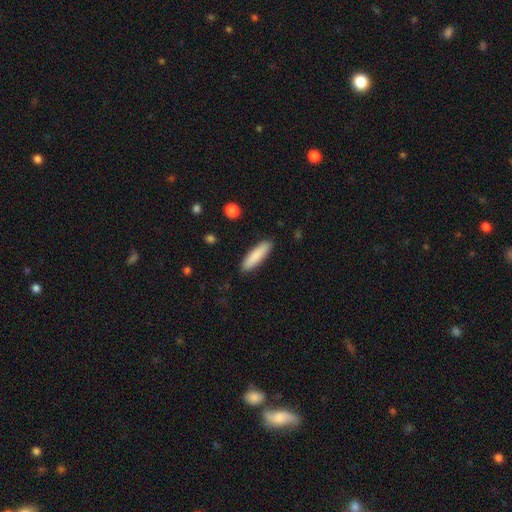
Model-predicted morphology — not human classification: The model was most divided on "how rounded": cigar-shaped: 71%, in between: 28%, round: 1%. More confident: merging — none (89%); smooth or featured — smooth (85%).